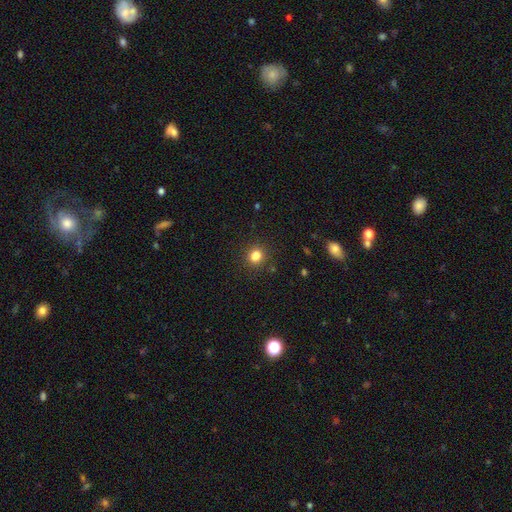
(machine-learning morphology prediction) This is clearly a smooth galaxy (83%). How rounded: likely round (70%). Merging: clearly none (86%).